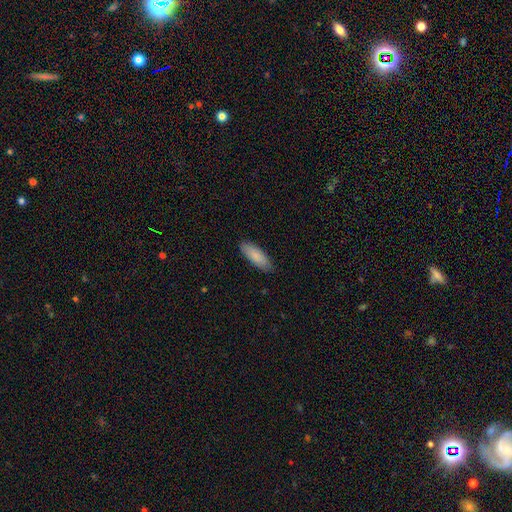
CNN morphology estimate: The model was most divided on "how rounded": in between: 70%, cigar-shaped: 29%, round: 1%. More confident: smooth or featured — smooth (87%); merging — none (86%).